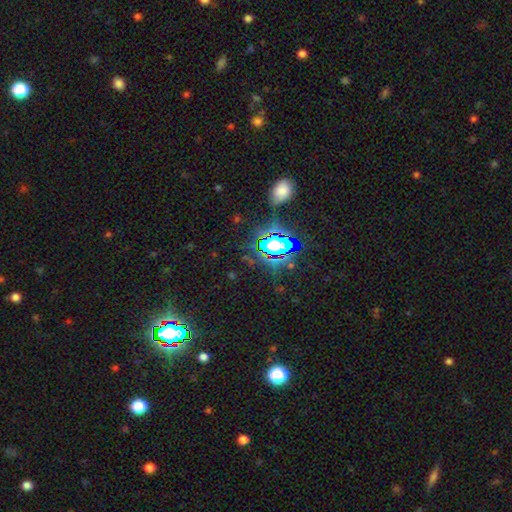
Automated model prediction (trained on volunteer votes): Morphology: type=star or artifact (77%).